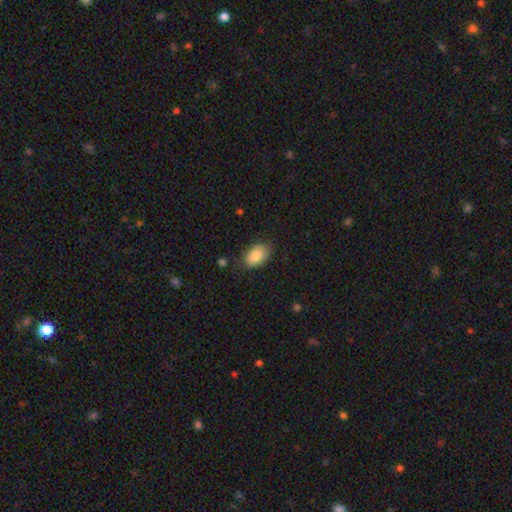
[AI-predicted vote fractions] Smooth or featured? smooth (85%)
How rounded? in between (88%)
Merging? none (77%)